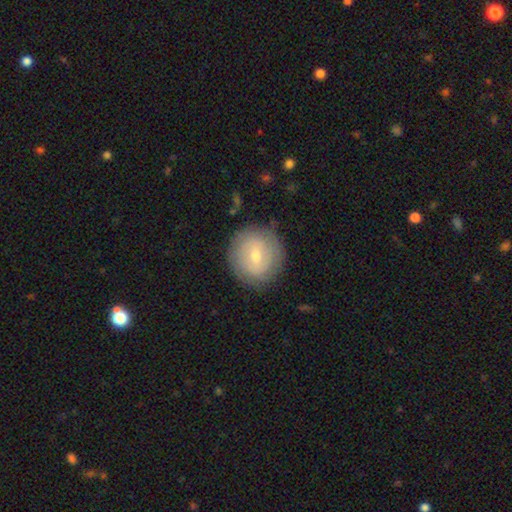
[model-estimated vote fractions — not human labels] Smooth or featured?
  - smooth: 48% *
  - featured or disk: 45%
  - star or artifact: 7%
Merging?
  - none: 82% *
  - minor disturbance: 13%
  - major disturbance: 4%
  - merger: 1%